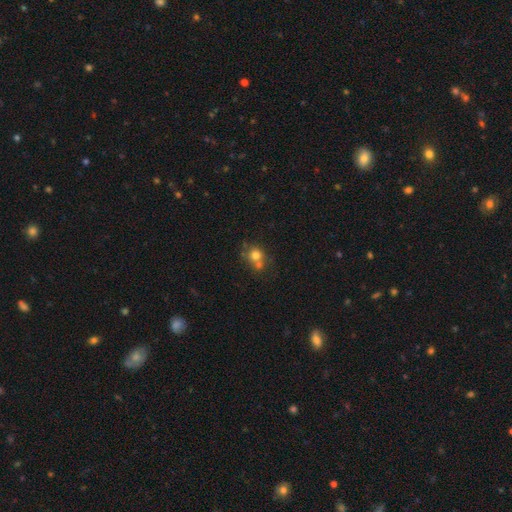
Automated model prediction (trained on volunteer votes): This appears to be a smooth galaxy with no disk features (74%) that is round (83%). Merging: none (46%).